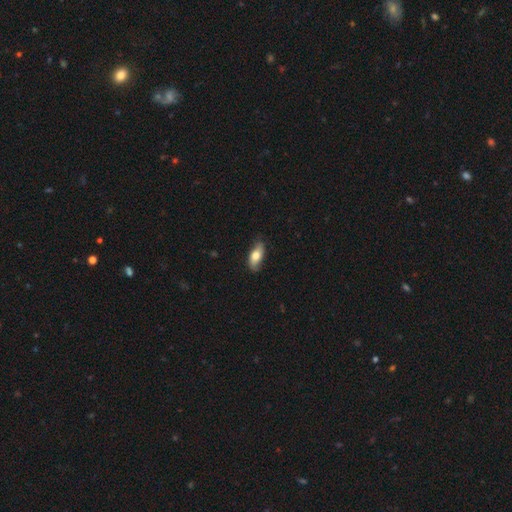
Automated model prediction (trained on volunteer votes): Overall: smooth (69%). How rounded: in between (84%). Merging: none (78%).